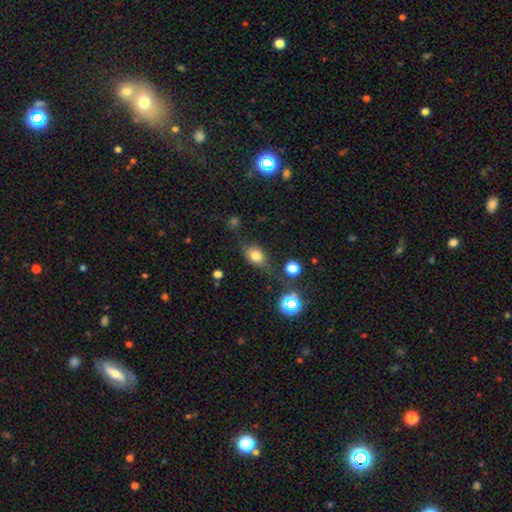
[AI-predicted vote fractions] This is likely a smooth galaxy (74%). How rounded: likely in between (69%). Merging: likely none (66%).